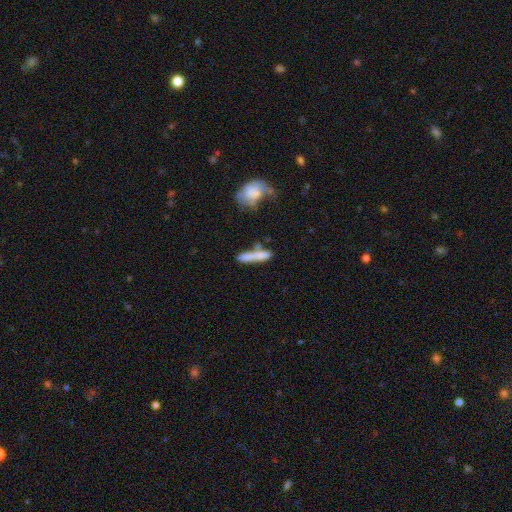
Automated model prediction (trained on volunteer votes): Smooth or featured: smooth — 72% (featured or disk — 20%)
How rounded: cigar-shaped — 86% (in between — 11%)
Merging: none — 58% (minor disturbance — 19%)